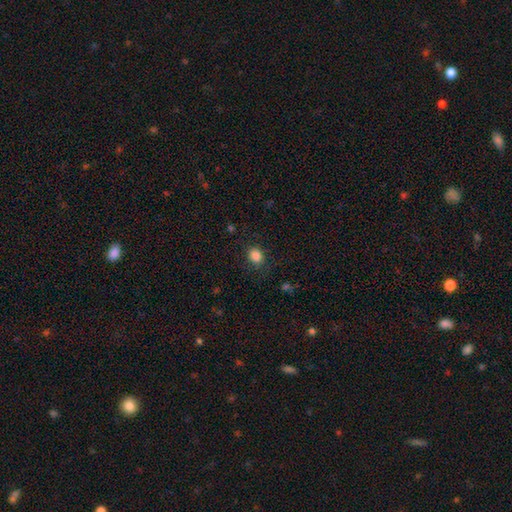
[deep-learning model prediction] A smooth galaxy with no disk features (85%) that is round (58%). Merging: none (82%).